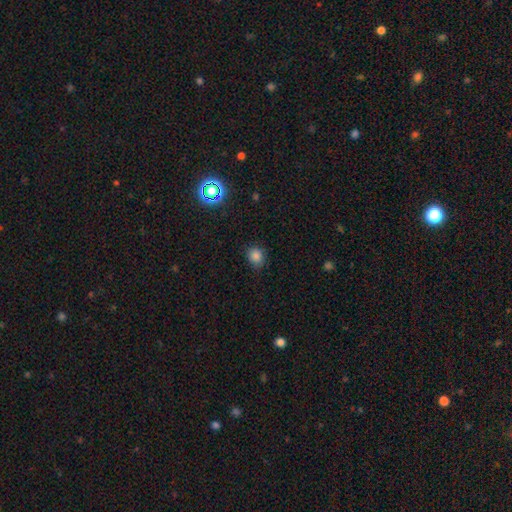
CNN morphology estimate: Smooth or featured? smooth (81%)
How rounded? round (75%)
Merging? none (81%)